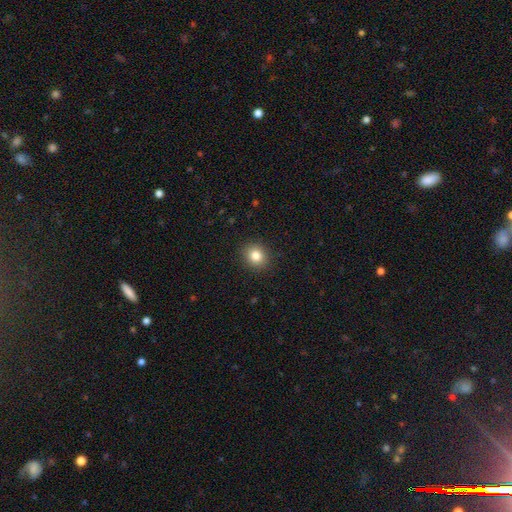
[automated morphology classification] Smooth or featured? smooth (83%)
How rounded? round (75%)
Merging? none (90%)